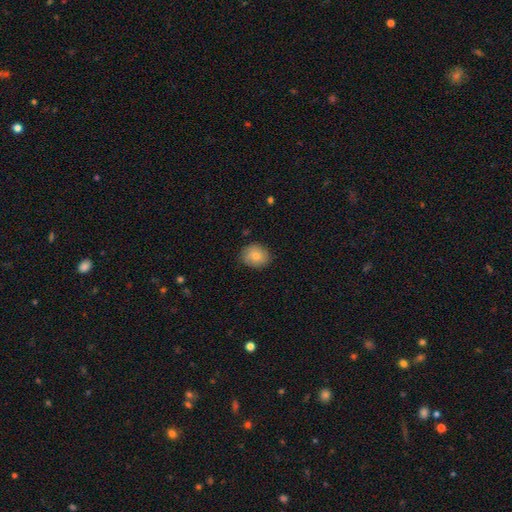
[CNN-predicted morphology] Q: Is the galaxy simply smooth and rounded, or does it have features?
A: smooth — 75%.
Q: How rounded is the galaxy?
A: round — 64%.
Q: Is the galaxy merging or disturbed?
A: none — 81%.